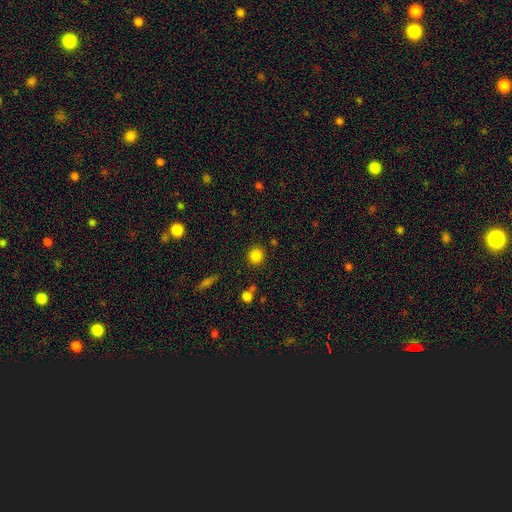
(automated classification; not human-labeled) smooth 84%, star or artifact 12%, featured or disk 5%. Down the decision tree: how rounded — round (89%); merging — none (87%).